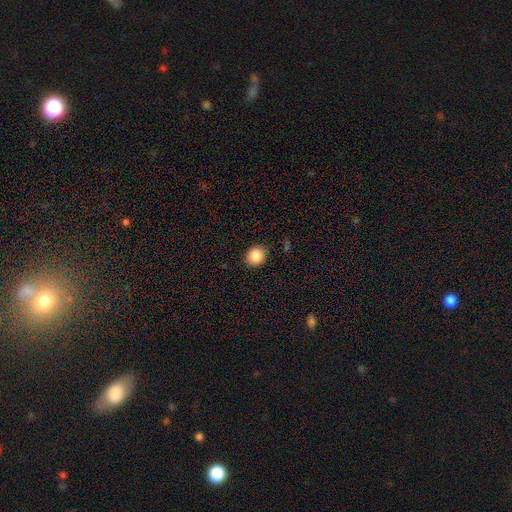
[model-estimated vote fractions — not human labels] Q: Smooth or featured?
A: smooth (86%); runner-up: star or artifact (9%)
Q: How rounded?
A: round (75%); runner-up: in between (24%)
Q: Merging?
A: none (89%); runner-up: minor disturbance (8%)